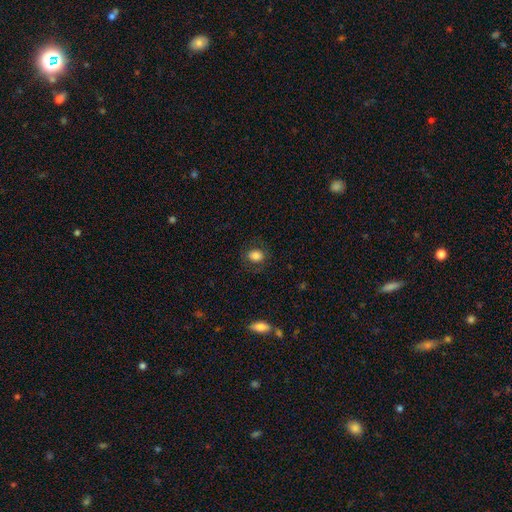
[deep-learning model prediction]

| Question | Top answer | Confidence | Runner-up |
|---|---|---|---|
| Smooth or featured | smooth | 80% | featured or disk (11%) |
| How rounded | in between | 51% | round (48%) |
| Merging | none | 80% | minor disturbance (12%) |